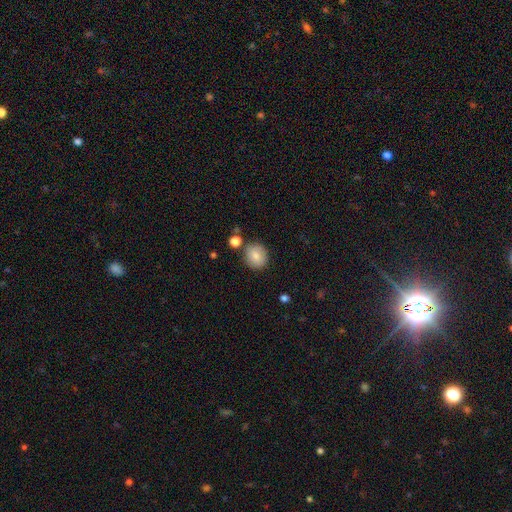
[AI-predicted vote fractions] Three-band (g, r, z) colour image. It shows a smooth galaxy with no disk features (83%) that is round (85%). Merging: none (80%).